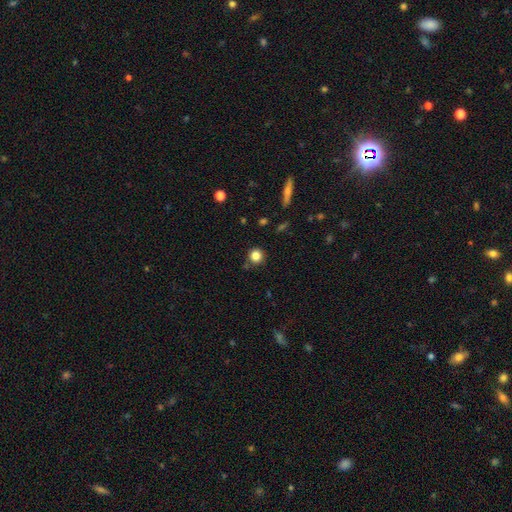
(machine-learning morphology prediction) This is clearly a smooth galaxy (83%). How rounded: clearly round (93%). Merging: clearly none (83%).